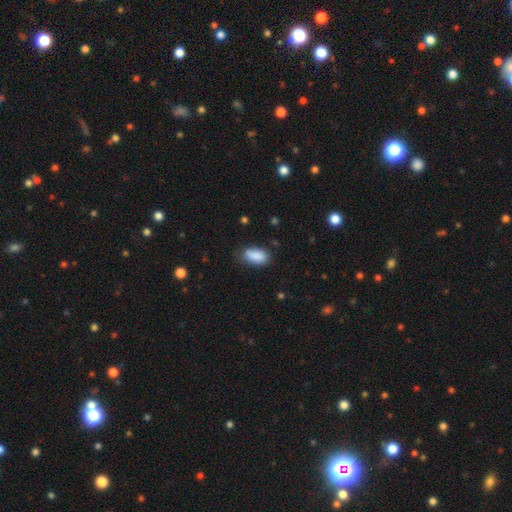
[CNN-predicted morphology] smooth 88%, star or artifact 7%, featured or disk 5%. Down the decision tree: how rounded — in between (91%); merging — none (72%).